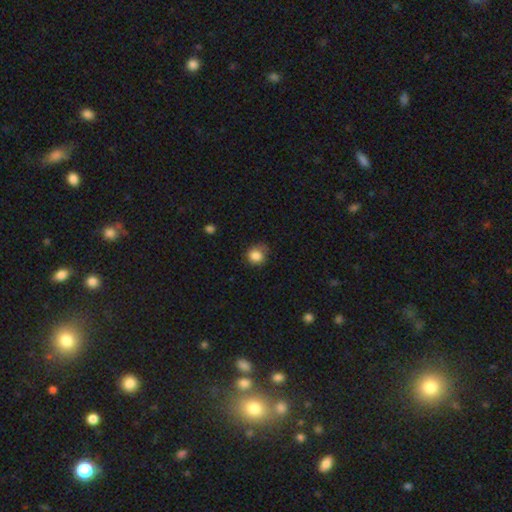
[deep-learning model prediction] Smooth or featured?
  - smooth: 85% *
  - star or artifact: 9%
  - featured or disk: 6%
How rounded?
  - round: 78% *
  - in between: 21%
  - cigar-shaped: 1%
Merging?
  - none: 60% *
  - minor disturbance: 30%
  - major disturbance: 9%
  - merger: 2%